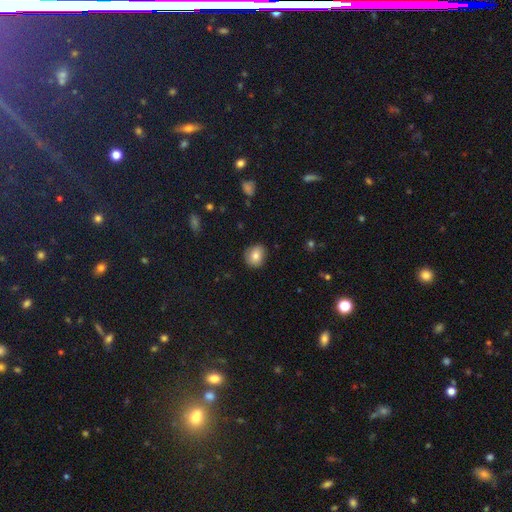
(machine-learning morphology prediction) The model was most divided on "how rounded": round: 73%, in between: 26%, cigar-shaped: 1%. More confident: merging — none (85%); smooth or featured — smooth (80%).